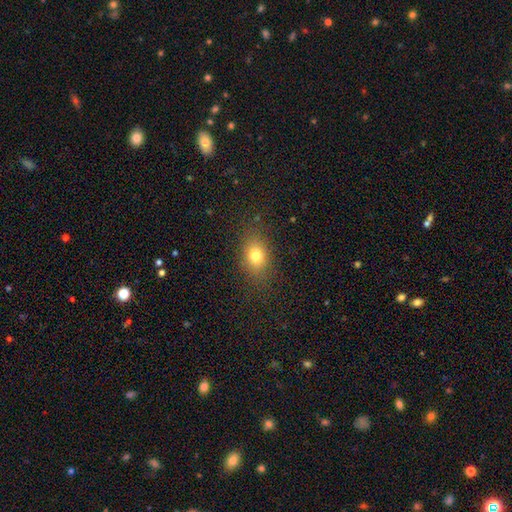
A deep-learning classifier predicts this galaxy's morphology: Smooth or featured?
  - smooth: 77% *
  - star or artifact: 13%
  - featured or disk: 11%
How rounded?
  - in between: 68% *
  - round: 29%
  - cigar-shaped: 2%
Merging?
  - none: 82% *
  - minor disturbance: 11%
  - major disturbance: 5%
  - merger: 1%